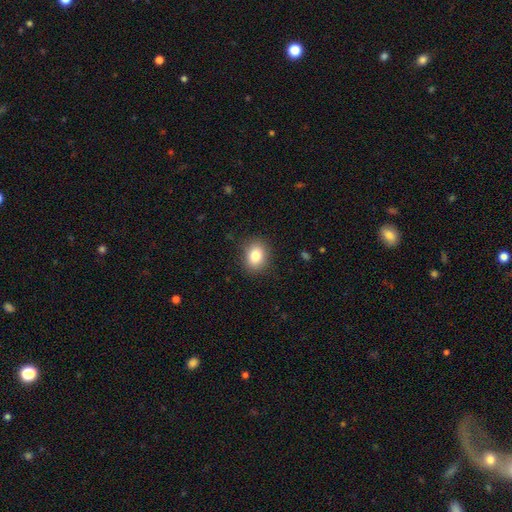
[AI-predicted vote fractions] smooth_or_featured: smooth (p=0.82) [alt: star or artifact p=0.10]
how_rounded: round (p=0.50) [alt: in between p=0.49]
merging: none (p=0.87) [alt: minor disturbance p=0.09]